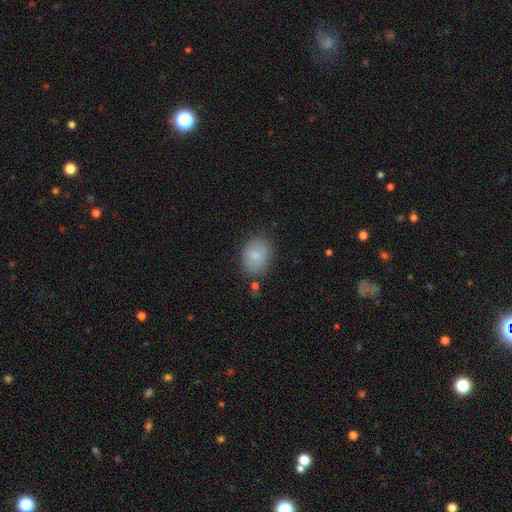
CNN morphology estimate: Smooth or featured? smooth (80%)
How rounded? in between (59%)
Merging? none (77%)